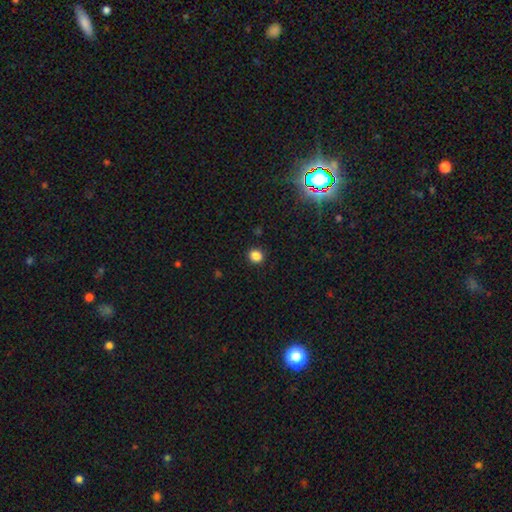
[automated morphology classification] Overall: smooth (85%). How rounded: round (79%). Merging: none (91%).